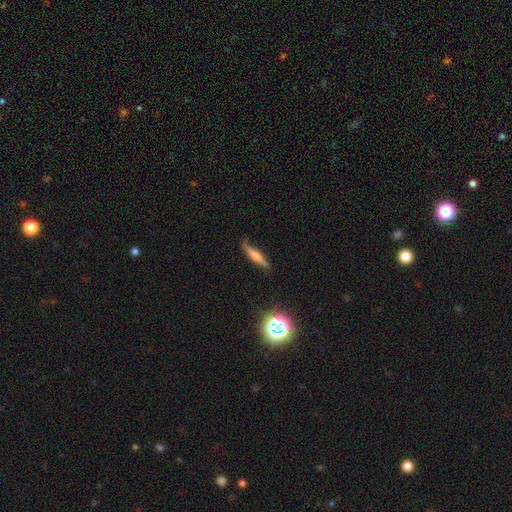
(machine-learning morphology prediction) Smooth or featured: featured or disk — 46% (smooth — 45%)
Merging: none — 78% (minor disturbance — 17%)